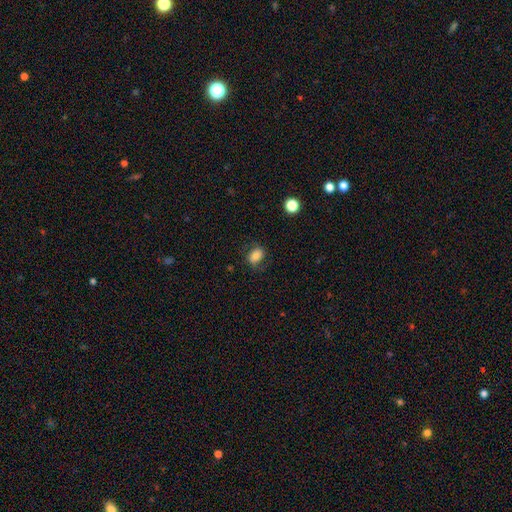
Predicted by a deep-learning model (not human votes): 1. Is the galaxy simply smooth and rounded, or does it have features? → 69% smooth, 21% featured or disk, 10% star or artifact.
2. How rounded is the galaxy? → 72% in between, 27% round, 2% cigar-shaped.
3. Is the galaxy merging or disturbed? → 69% none, 20% minor disturbance, 10% major disturbance, 1% merger.